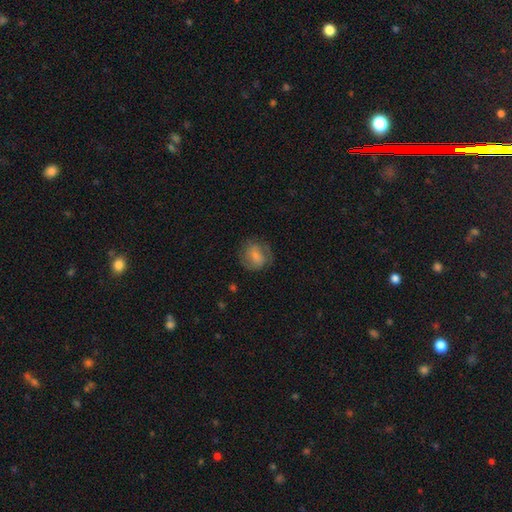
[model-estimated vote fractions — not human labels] Smooth or featured? smooth (62%)
How rounded? round (71%)
Merging? none (67%)